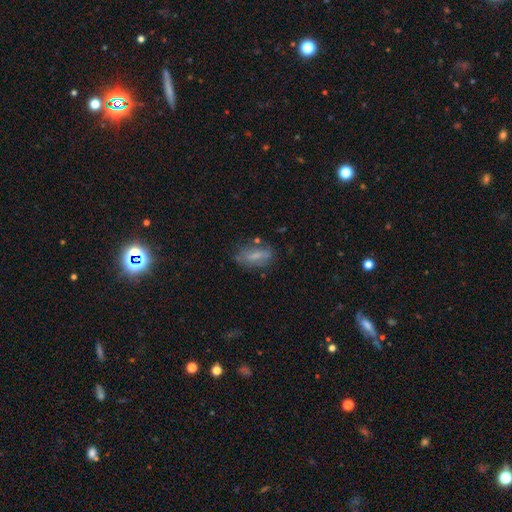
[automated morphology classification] Smooth or featured: smooth — 61% (featured or disk — 28%)
How rounded: in between — 71% (cigar-shaped — 24%)
Merging: none — 65% (minor disturbance — 21%)